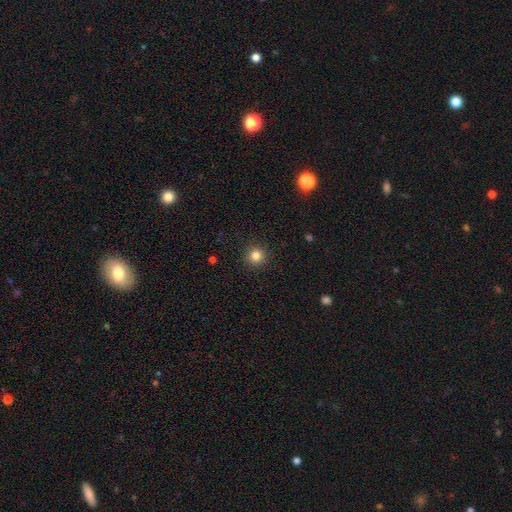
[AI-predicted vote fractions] Overall: smooth (82%). How rounded: round (95%). Merging: none (92%).